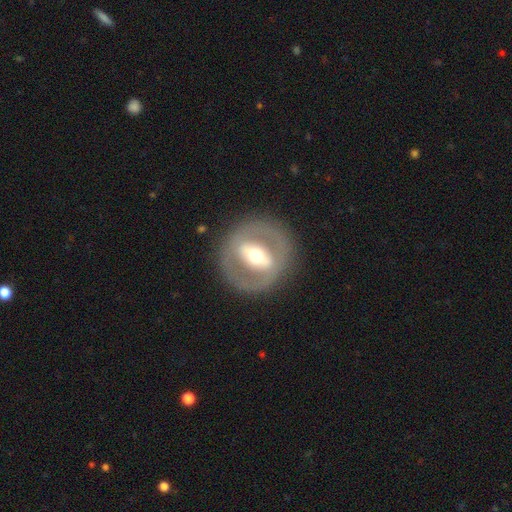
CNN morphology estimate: Overall: featured or disk (67%). Edge-on disk: no (87%). Bar: strong (59%; weak 23%). Spiral arms: no (85%). Bulge size: moderate (66%). Merging: none (83%).